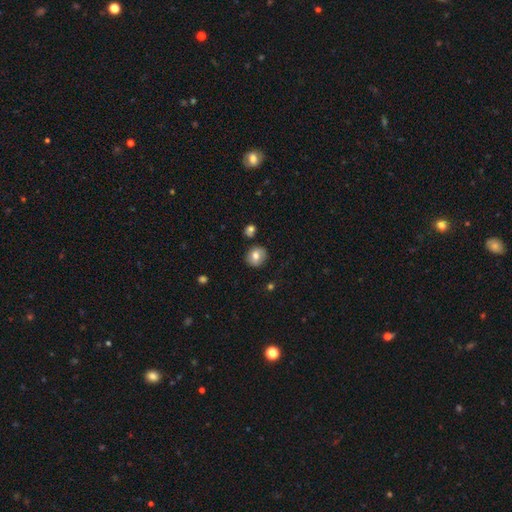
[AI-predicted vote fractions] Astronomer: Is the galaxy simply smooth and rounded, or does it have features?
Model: smooth — 75%.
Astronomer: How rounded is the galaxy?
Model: round — 83%.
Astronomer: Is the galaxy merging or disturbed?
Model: none — 85%.